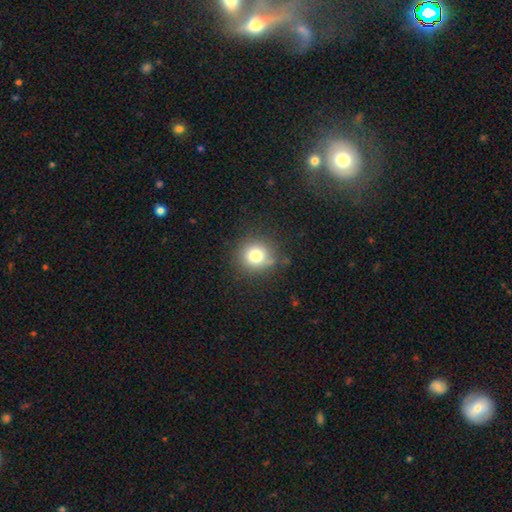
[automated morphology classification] smooth_or_featured: smooth (p=0.77) [alt: star or artifact p=0.13]
how_rounded: round (p=0.92) [alt: in between p=0.08]
merging: none (p=0.81) [alt: minor disturbance p=0.13]